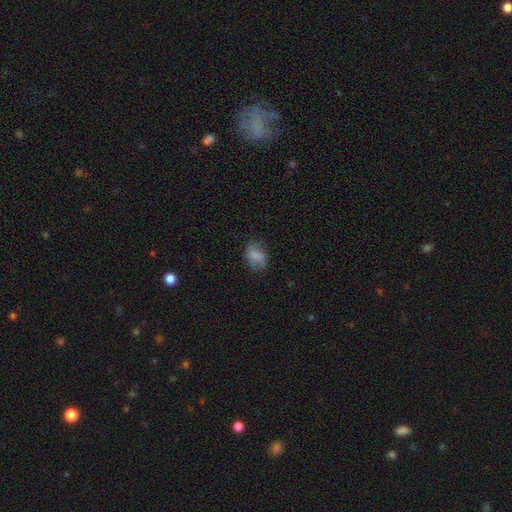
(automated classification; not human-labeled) This is likely a smooth galaxy (77%). How rounded: likely in between (75%). Merging: likely none (71%).